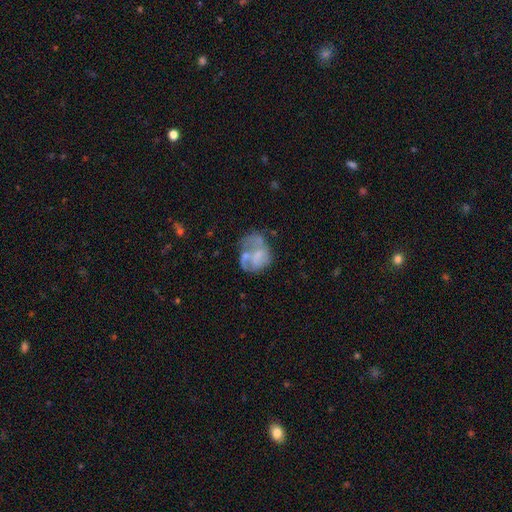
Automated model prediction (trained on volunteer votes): Smooth or featured? featured or disk (54%)
Edge-on disk? no (98%)
Bar? no (74%)
Spiral arms? no (65%)
Bulge size? none (45%)
Merging? none (32%, tied with major disturbance)